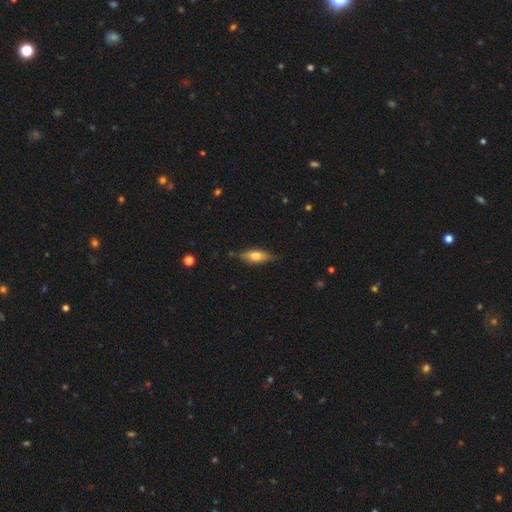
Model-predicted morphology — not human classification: The model was most divided on "how rounded": in between: 57%, cigar-shaped: 40%, round: 3%. More confident: merging — none (79%); smooth or featured — smooth (63%).